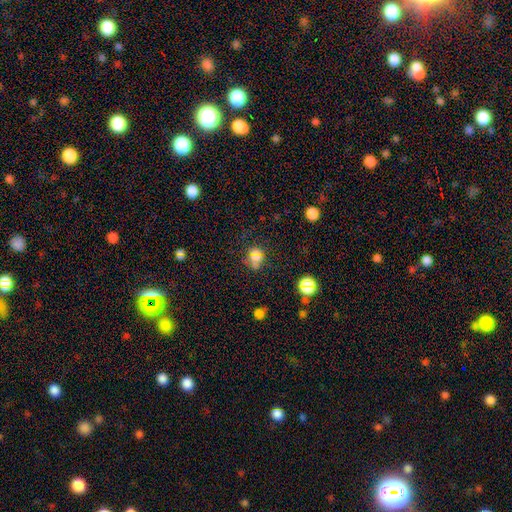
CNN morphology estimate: Smooth or featured: smooth — 50% (star or artifact — 40%)
How rounded: round — 75% (in between — 22%)
Merging: none — 76% (minor disturbance — 12%)